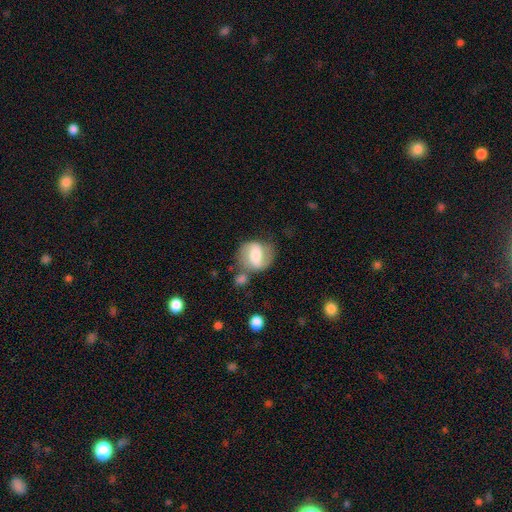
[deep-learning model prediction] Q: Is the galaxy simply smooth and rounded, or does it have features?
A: featured or disk — 61%.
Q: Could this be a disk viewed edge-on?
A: no — 96%.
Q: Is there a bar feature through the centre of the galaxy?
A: strong — 43%.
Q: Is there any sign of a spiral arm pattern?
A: yes — 82%.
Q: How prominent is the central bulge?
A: moderate — 48%.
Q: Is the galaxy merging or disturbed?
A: none — 57%.